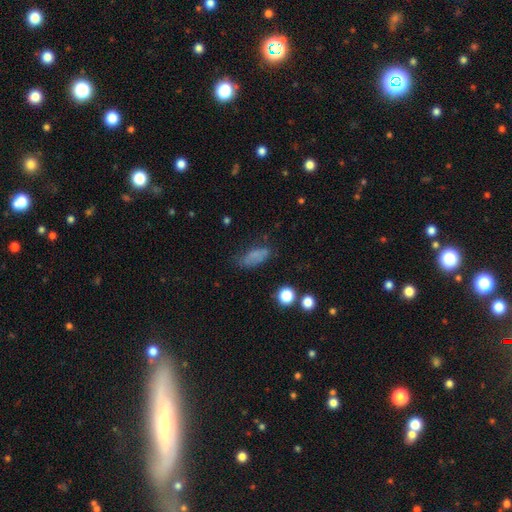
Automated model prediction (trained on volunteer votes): This is likely a smooth galaxy (71%). How rounded: likely in between (74%). Merging: possibly none (56%).